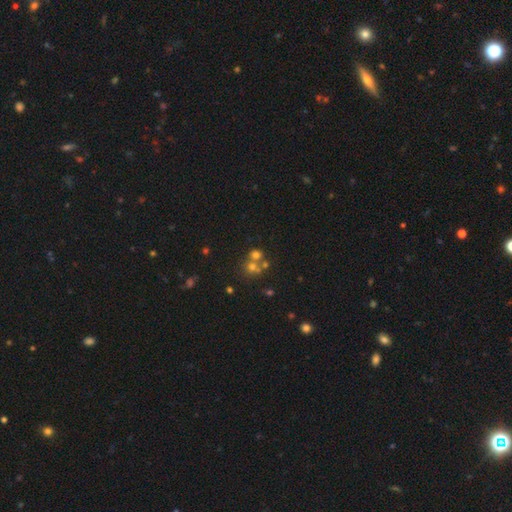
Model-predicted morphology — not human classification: Smooth or featured?
  - smooth: 58% *
  - star or artifact: 23%
  - featured or disk: 19%
How rounded?
  - round: 82% *
  - in between: 17%
  - cigar-shaped: 1%
Merging?
  - merger: 44% * (tied)
  - none: 44% * (tied)
  - minor disturbance: 7%
  - major disturbance: 4%